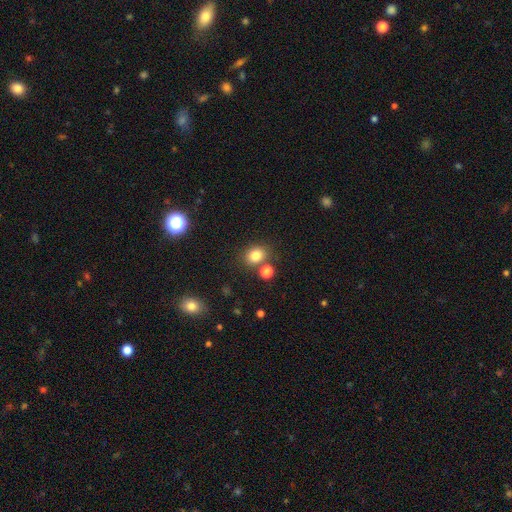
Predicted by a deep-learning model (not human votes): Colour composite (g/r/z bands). It shows a smooth galaxy with no disk features (81%) that is round (59%). Merging: none (73%).